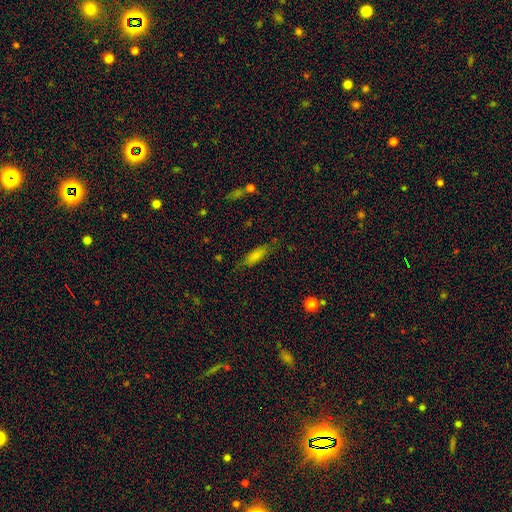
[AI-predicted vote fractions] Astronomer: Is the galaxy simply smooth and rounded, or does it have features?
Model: smooth — 78%.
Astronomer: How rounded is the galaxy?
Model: in between — 59% (runner-up: cigar-shaped, 38%).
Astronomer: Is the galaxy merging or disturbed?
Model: none — 74%.